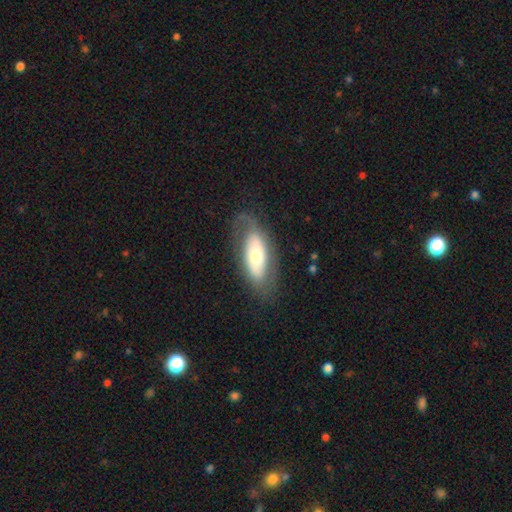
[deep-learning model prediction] Q: Smooth or featured?
A: featured or disk (50%); runner-up: smooth (43%)
Q: Edge-on disk?
A: no (82%); runner-up: yes (18%)
Q: Merging?
A: none (68%); runner-up: minor disturbance (18%)